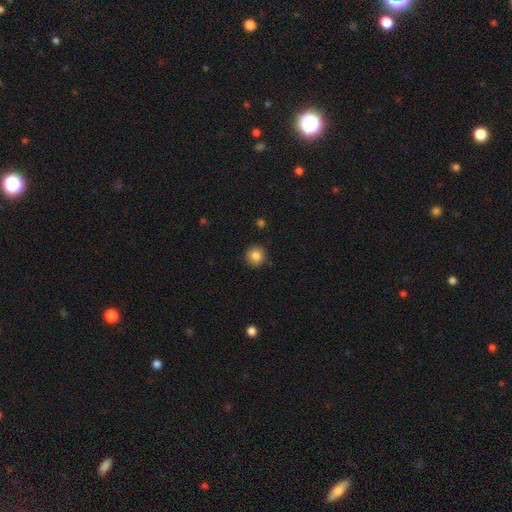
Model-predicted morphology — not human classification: Smooth or featured? Predicted: smooth (p=0.85). How rounded? Predicted: round (p=0.92). Merging? Predicted: none (p=0.89).